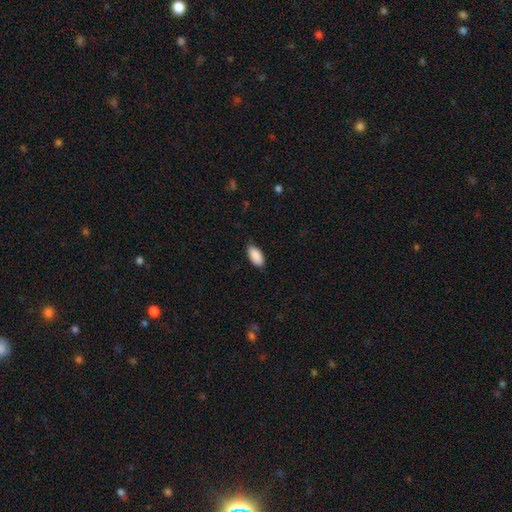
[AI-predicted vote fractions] Smooth or featured? Predicted: smooth (p=0.90). How rounded? Predicted: in between (p=0.93). Merging? Predicted: none (p=0.81).